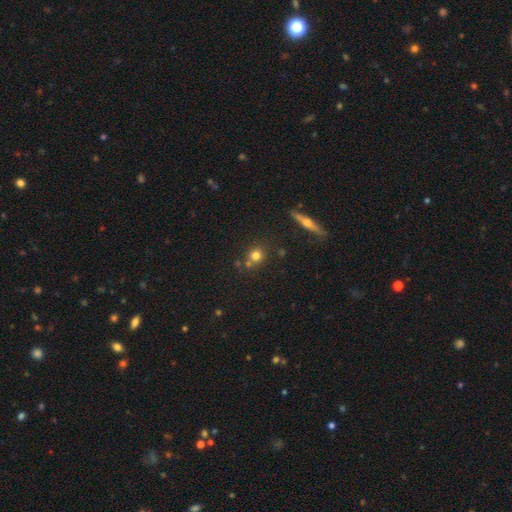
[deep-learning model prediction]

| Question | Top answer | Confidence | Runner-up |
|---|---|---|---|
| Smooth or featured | smooth | 74% | star or artifact (14%) |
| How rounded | round | 85% | in between (13%) |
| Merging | none | 66% | merger (20%) |